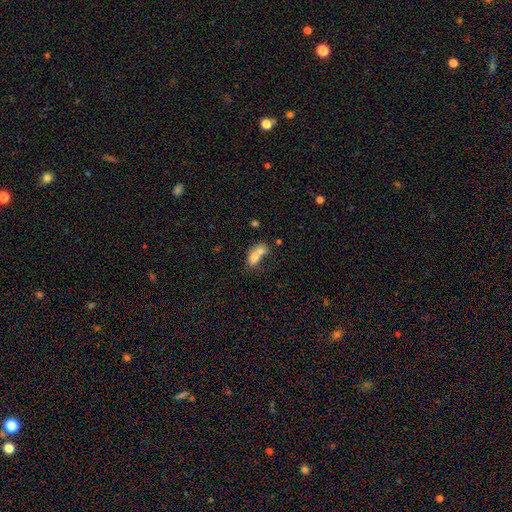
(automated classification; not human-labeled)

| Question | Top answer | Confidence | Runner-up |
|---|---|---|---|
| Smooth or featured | smooth | 71% | featured or disk (19%) |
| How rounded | in between | 73% | round (23%) |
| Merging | merger | 70% | none (18%) |